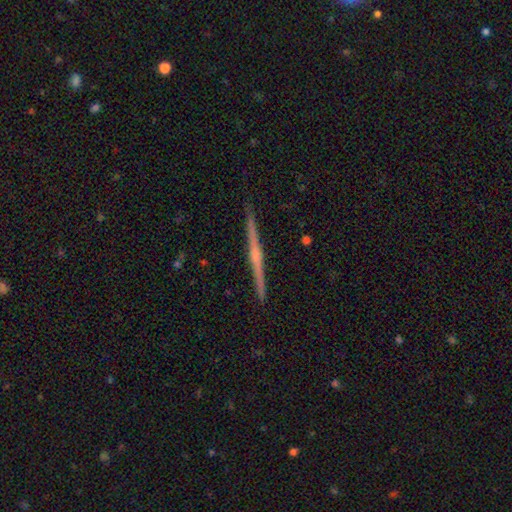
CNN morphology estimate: smooth-or-featured: featured or disk: 81% | smooth: 14% | star or artifact: 5%
  disk-edge-on: yes: 99% | no: 1%
    edge-on-bulge: rounded: 67% | none: 23% | boxy: 10%
  merging: none: 93% | minor disturbance: 5% | major disturbance: 1% | merger: 1%